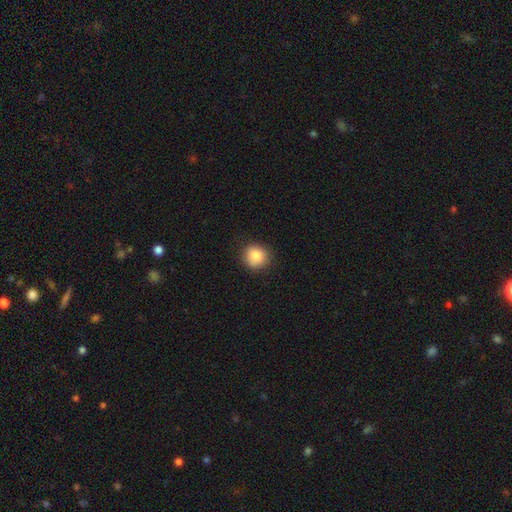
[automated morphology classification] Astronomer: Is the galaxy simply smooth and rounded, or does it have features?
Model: smooth — 85%.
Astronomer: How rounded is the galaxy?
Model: round — 89%.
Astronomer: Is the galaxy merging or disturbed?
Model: none — 86%.